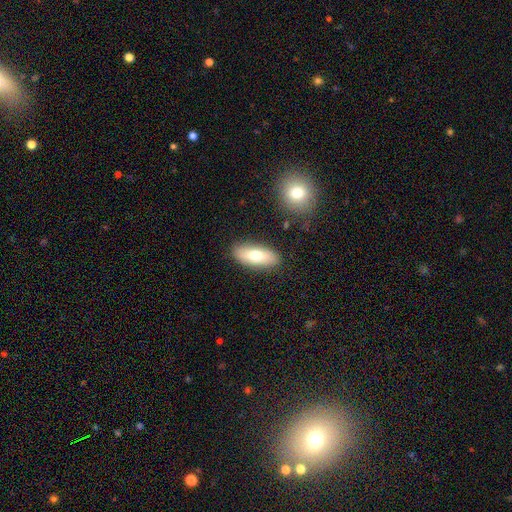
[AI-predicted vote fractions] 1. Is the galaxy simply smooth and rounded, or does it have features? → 73% smooth, 20% featured or disk, 7% star or artifact.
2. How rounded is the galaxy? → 78% in between, 19% cigar-shaped, 3% round.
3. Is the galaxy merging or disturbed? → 86% none, 10% minor disturbance, 3% major disturbance, 2% merger.